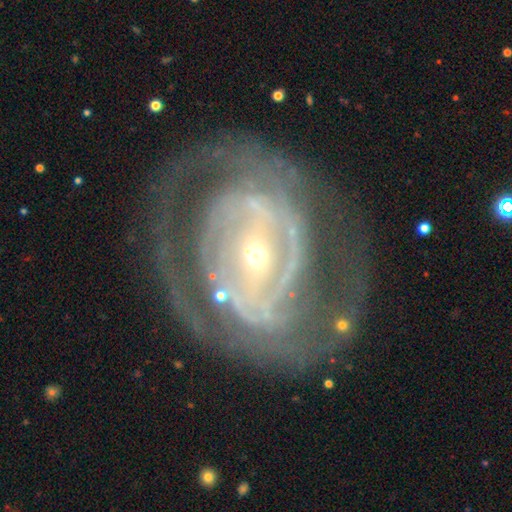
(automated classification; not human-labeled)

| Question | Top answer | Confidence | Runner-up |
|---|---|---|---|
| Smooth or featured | featured or disk | 86% | smooth (8%) |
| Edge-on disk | no | 95% | yes (5%) |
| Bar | strong | 37% | weak (32%) |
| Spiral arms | yes | 82% | no (18%) |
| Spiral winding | tight | 60% | medium (30%) |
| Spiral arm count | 2 | 40% | can't tell (33%) |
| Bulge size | small | 75% | moderate (20%) |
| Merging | none | 66% | major disturbance (16%) |